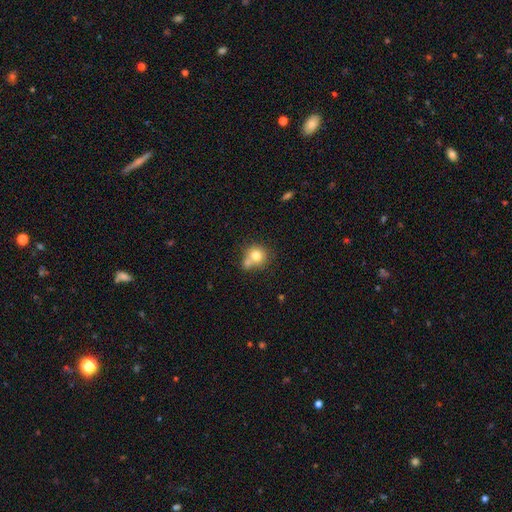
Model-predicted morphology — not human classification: type=smooth (76%); roundness=round (84%); merging=none (45%).